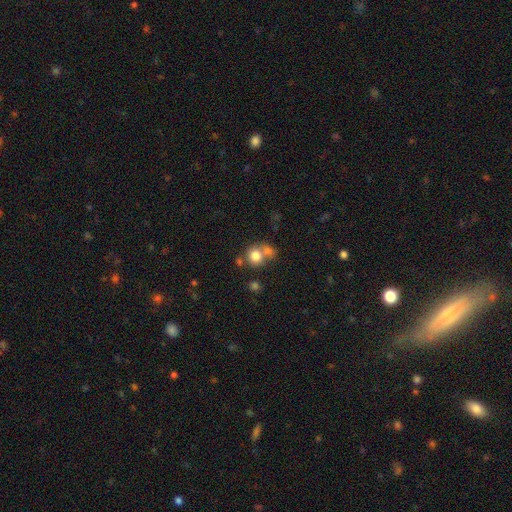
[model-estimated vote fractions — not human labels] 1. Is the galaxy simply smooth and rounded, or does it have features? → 78% smooth, 11% star or artifact, 11% featured or disk.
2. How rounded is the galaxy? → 81% round, 18% in between, 1% cigar-shaped.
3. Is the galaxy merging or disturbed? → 45% none, 42% merger, 9% minor disturbance, 5% major disturbance.